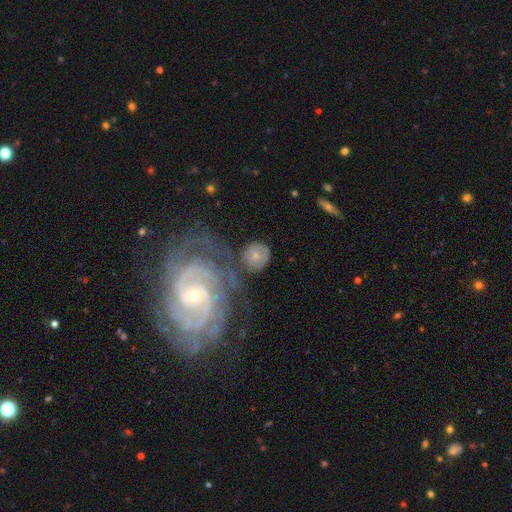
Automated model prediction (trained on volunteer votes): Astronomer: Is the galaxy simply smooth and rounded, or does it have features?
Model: smooth — 53% (runner-up: featured or disk, 39%).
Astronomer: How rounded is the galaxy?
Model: round — 82%.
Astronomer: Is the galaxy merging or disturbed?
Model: none — 64%.